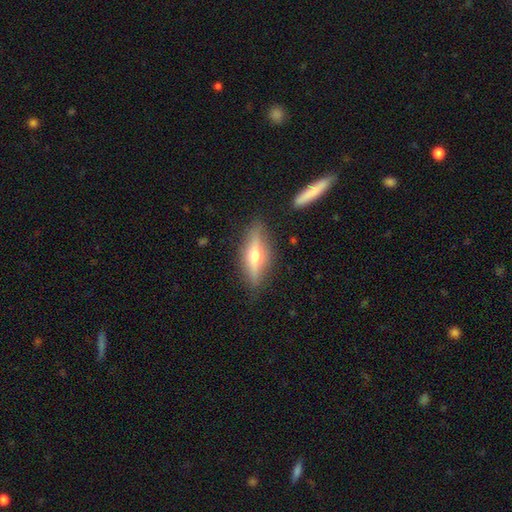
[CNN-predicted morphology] smooth-or-featured: featured or disk: 60% | smooth: 34% | star or artifact: 7%
  disk-edge-on: yes: 89% | no: 11%
    edge-on-bulge: rounded: 94% | boxy: 3% | none: 3%
  merging: none: 84% | minor disturbance: 12% | major disturbance: 3% | merger: 2%